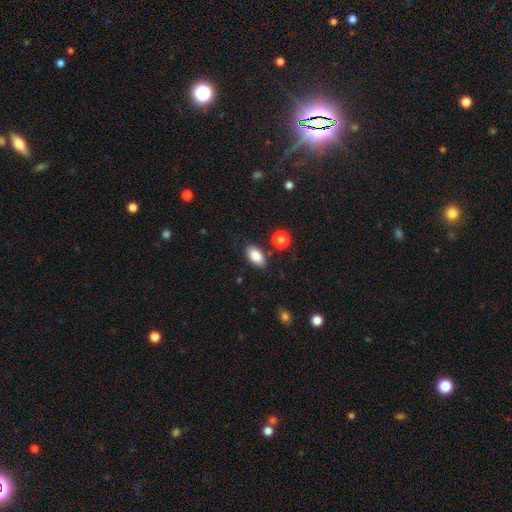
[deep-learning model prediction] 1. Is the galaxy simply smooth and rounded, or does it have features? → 86% smooth, 8% star or artifact, 6% featured or disk.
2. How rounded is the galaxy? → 92% in between, 5% round, 3% cigar-shaped.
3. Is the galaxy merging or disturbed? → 84% none, 11% minor disturbance, 3% merger, 3% major disturbance.